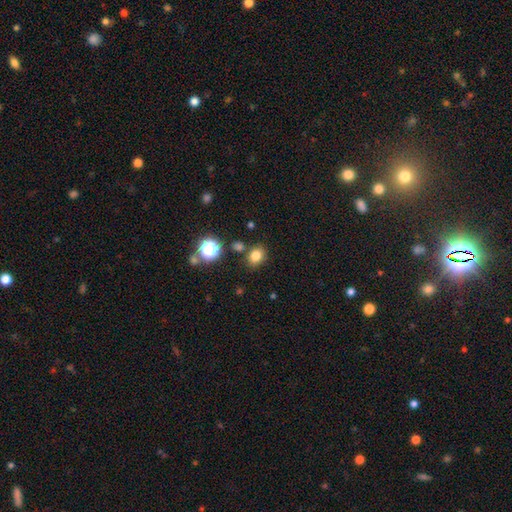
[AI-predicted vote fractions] Smooth or featured? smooth (79%)
How rounded? round (54%)
Merging? none (78%)